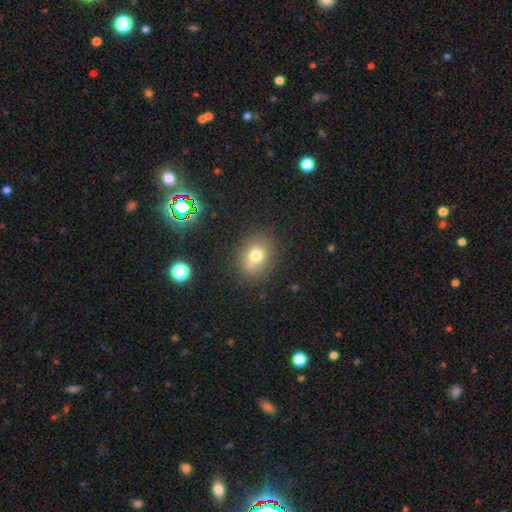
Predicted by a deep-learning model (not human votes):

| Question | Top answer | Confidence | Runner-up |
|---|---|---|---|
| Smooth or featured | smooth | 72% | star or artifact (15%) |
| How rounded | round | 52% | in between (47%) |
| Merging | none | 71% | minor disturbance (16%) |